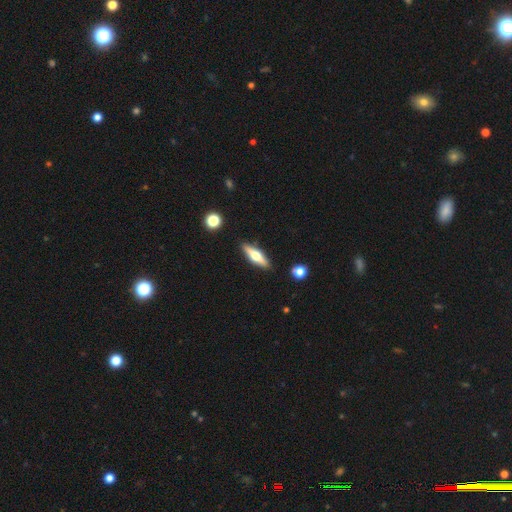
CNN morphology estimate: A featured or disk galaxy (52%) viewed edge-on (93%).

Vote fractions:
- Smooth or featured? featured or disk: 52% / smooth: 42% / star or artifact: 6%
- Edge-on disk? yes: 93% / no: 7%
- Merging? none: 88% / minor disturbance: 8% / merger: 2% / major disturbance: 2%